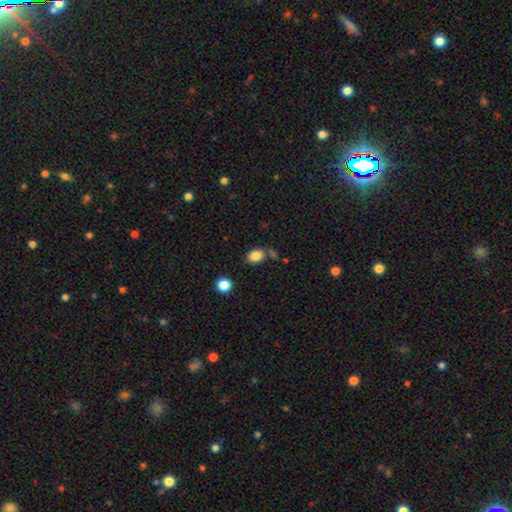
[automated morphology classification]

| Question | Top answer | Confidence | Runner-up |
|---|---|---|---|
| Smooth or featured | smooth | 85% | star or artifact (10%) |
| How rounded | in between | 73% | round (25%) |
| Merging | none | 70% | minor disturbance (15%) |